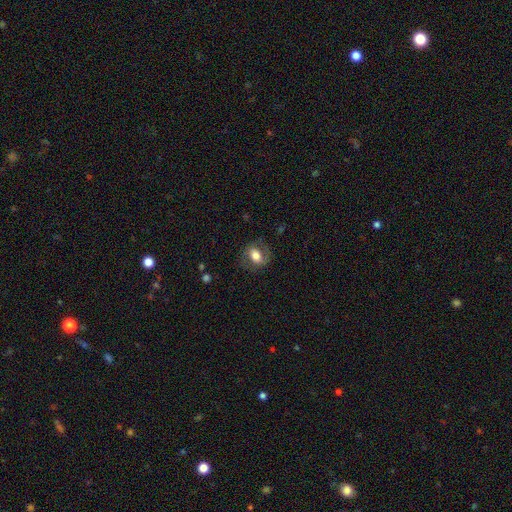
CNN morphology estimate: Smooth or featured? smooth (56%)
How rounded? in between (63%)
Merging? none (72%)